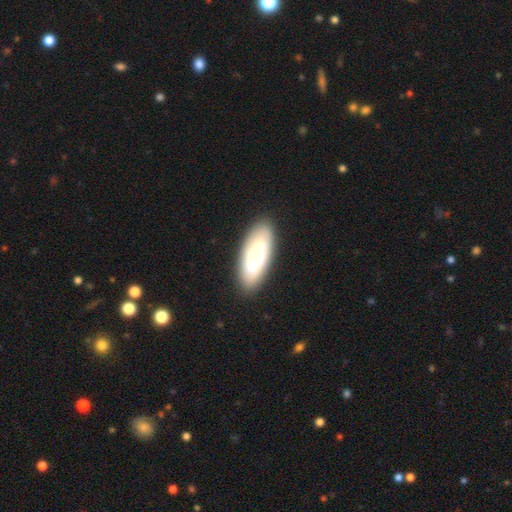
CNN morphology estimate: A smooth galaxy with no disk features (73%) that is in between round and cigar-shaped (77%). Merging: none (85%).